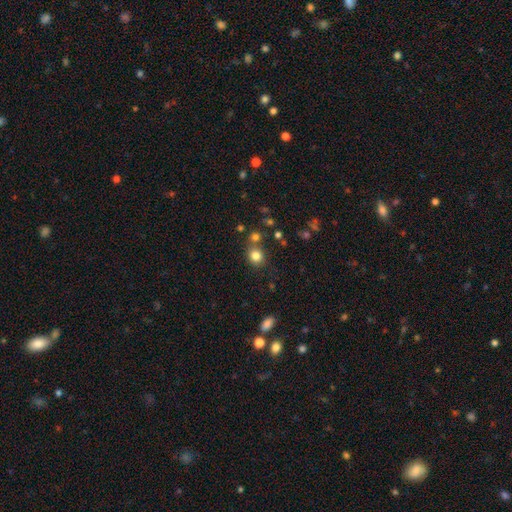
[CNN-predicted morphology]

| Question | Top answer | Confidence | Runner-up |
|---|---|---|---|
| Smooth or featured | smooth | 81% | star or artifact (13%) |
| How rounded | round | 79% | in between (20%) |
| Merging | none | 71% | merger (15%) |